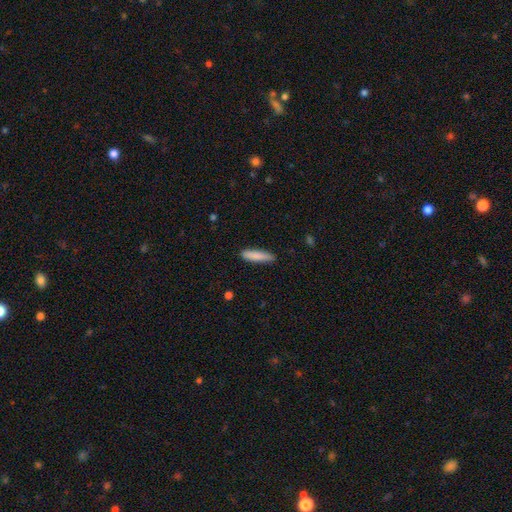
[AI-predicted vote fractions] This is clearly a smooth galaxy (85%). How rounded: clearly cigar-shaped (81%). Merging: clearly none (85%).